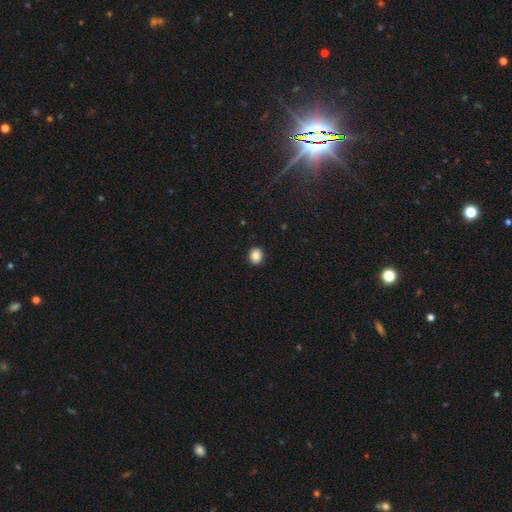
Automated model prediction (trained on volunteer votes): Smooth or featured? smooth (85%)
How rounded? round (57%)
Merging? none (91%)